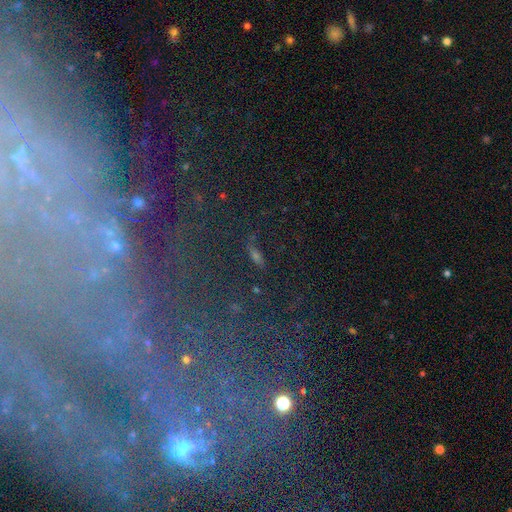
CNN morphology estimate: A smooth galaxy with no disk features (39%).

Vote fractions:
- Smooth or featured? smooth: 39% / star or artifact: 36% / featured or disk: 25%
- Merging? none: 72% / minor disturbance: 14% / major disturbance: 8% / merger: 6%